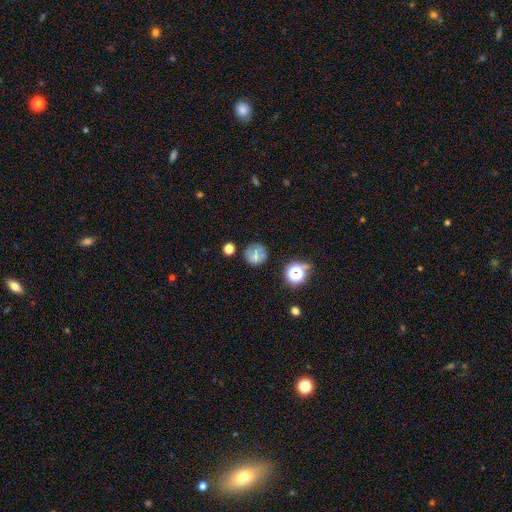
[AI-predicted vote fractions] smooth_or_featured: smooth (p=0.60) [alt: featured or disk p=0.23]
how_rounded: round (p=0.88) [alt: in between p=0.11]
merging: none (p=0.69) [alt: minor disturbance p=0.18]